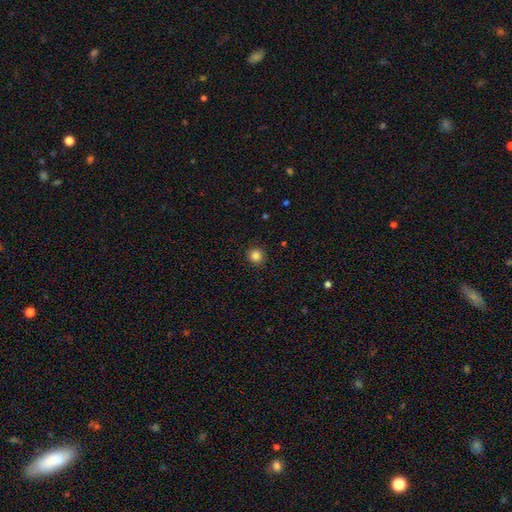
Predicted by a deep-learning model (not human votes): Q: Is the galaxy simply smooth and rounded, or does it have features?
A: smooth — 85%.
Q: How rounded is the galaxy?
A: round — 94%.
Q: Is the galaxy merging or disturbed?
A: none — 91%.